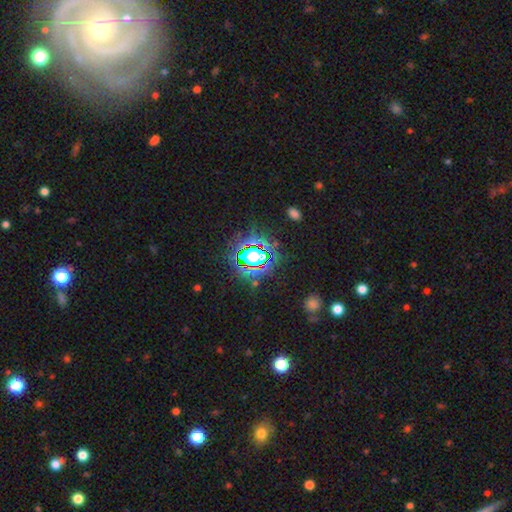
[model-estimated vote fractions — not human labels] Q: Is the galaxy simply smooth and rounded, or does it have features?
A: star or artifact — 68%.